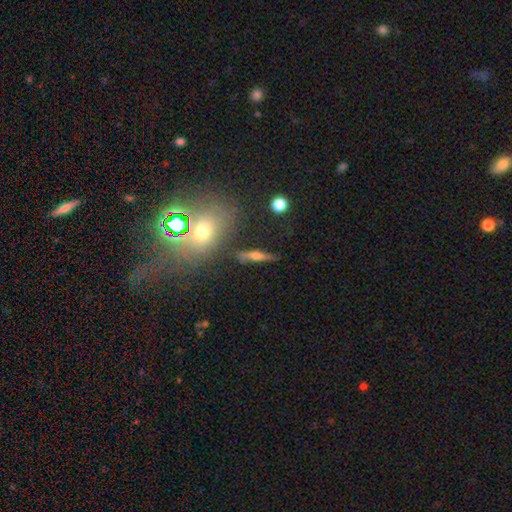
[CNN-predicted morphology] Smooth or featured? Predicted: featured or disk (p=0.49). Merging? Predicted: none (p=0.75).